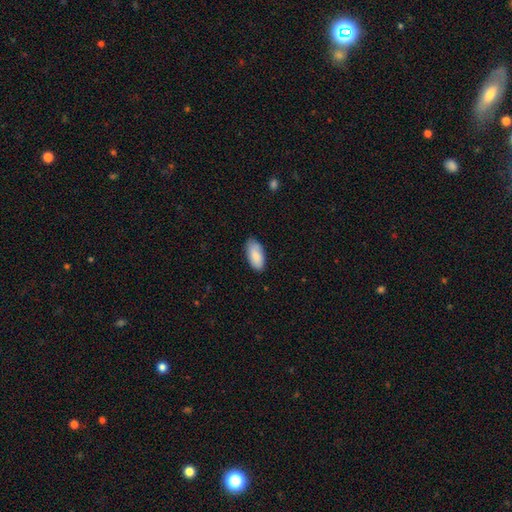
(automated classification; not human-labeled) The model was most divided on "merging": none: 81%, minor disturbance: 16%, major disturbance: 2%, merger: 1%. More confident: how rounded — in between (92%); smooth or featured — smooth (86%).